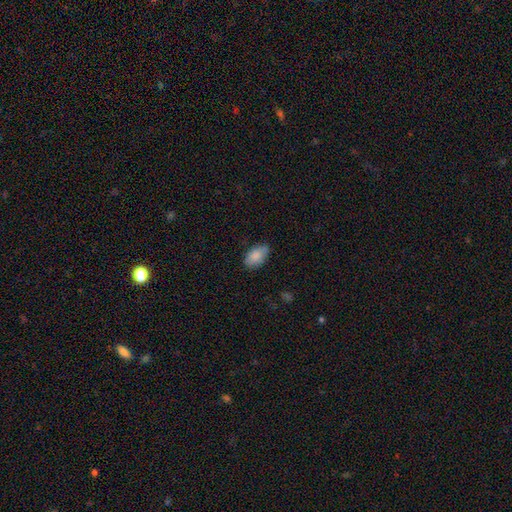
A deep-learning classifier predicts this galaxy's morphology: This appears to be a smooth galaxy with no disk features (85%) that is in between round and cigar-shaped (92%). Merging: none (75%).